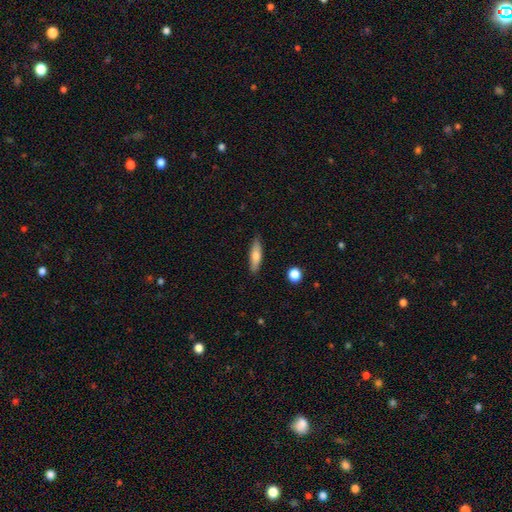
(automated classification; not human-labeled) Q: Smooth or featured?
A: smooth (71%); runner-up: featured or disk (22%)
Q: How rounded?
A: cigar-shaped (58%); runner-up: in between (40%)
Q: Merging?
A: none (86%); runner-up: minor disturbance (11%)